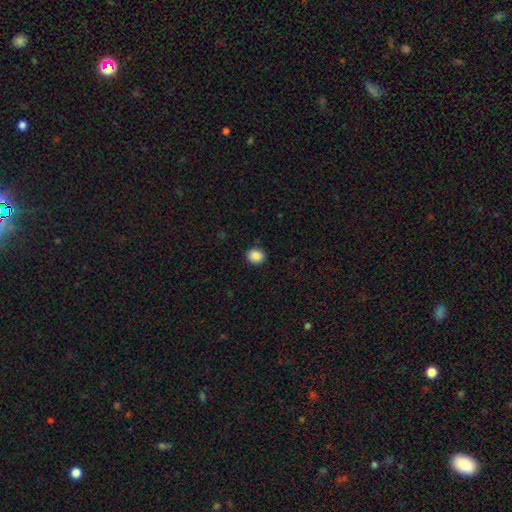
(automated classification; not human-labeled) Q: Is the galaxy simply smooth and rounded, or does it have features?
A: smooth — 88%.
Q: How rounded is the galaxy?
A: round — 62%.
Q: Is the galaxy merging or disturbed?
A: none — 90%.